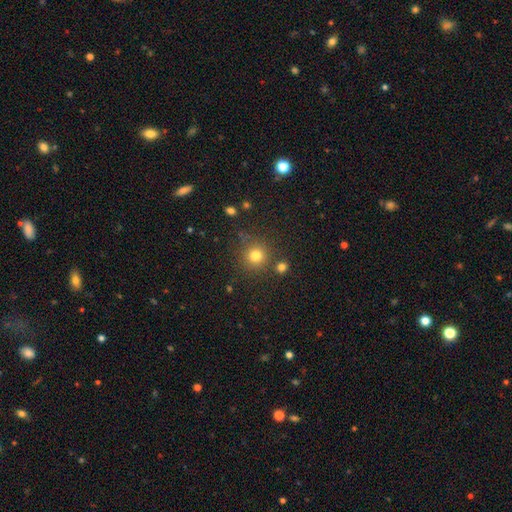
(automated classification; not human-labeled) Overall: smooth (79%). How rounded: round (93%). Merging: none (80%).